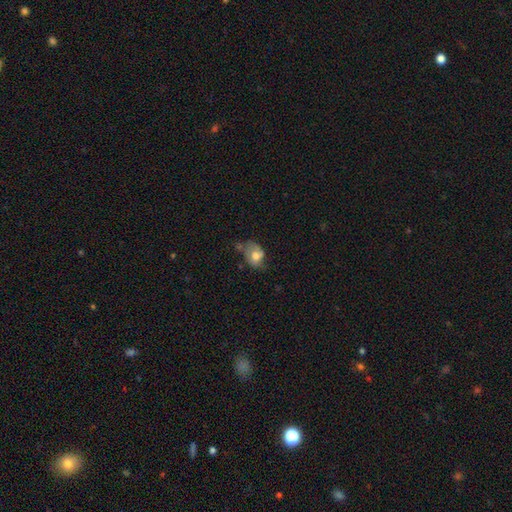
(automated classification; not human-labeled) This appears to be a smooth galaxy with no disk features (61%) that is in between round and cigar-shaped (68%). Merging: none (33%).